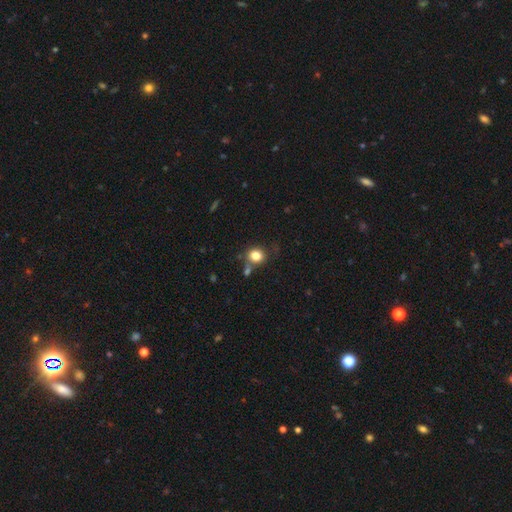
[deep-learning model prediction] A smooth galaxy with no disk features (81%) that is round (71%).

Vote fractions:
- Smooth or featured? smooth: 81% / star or artifact: 11% / featured or disk: 8%
- How rounded? round: 71% / in between: 28% / cigar-shaped: 1%
- Merging? none: 66% / minor disturbance: 15% / merger: 14% / major disturbance: 5%